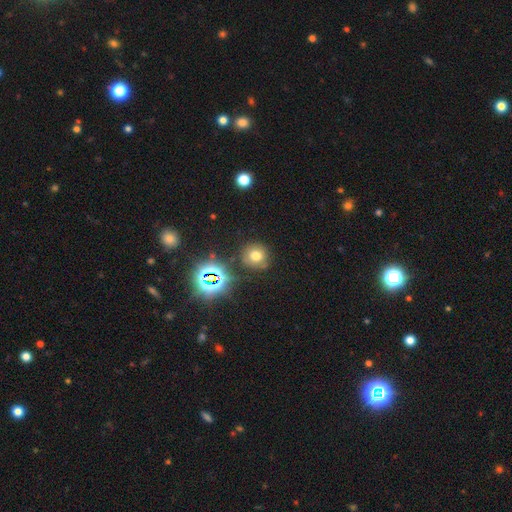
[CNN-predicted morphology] type=smooth (65%); roundness=round (86%); merging=none (80%).